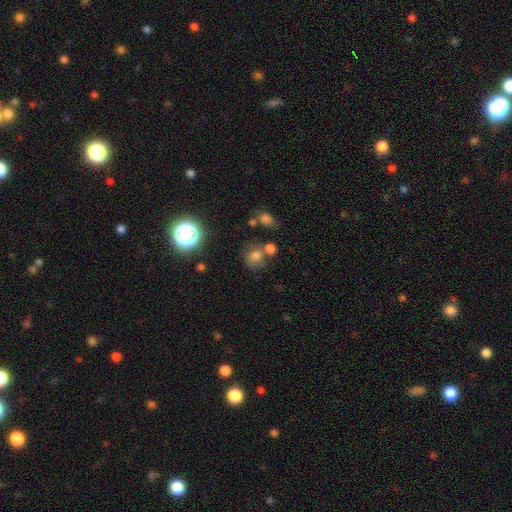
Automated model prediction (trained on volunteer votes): Smooth or featured: smooth — 68% (star or artifact — 21%)
How rounded: round — 73% (in between — 26%)
Merging: none — 55% (merger — 23%)